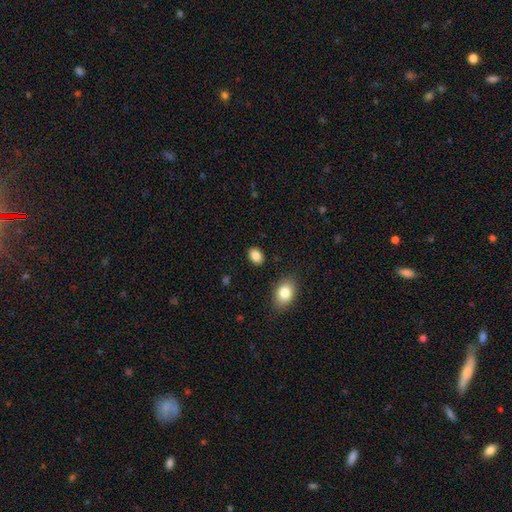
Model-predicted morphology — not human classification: Overall: smooth (86%). How rounded: in between (77%). Merging: none (87%).